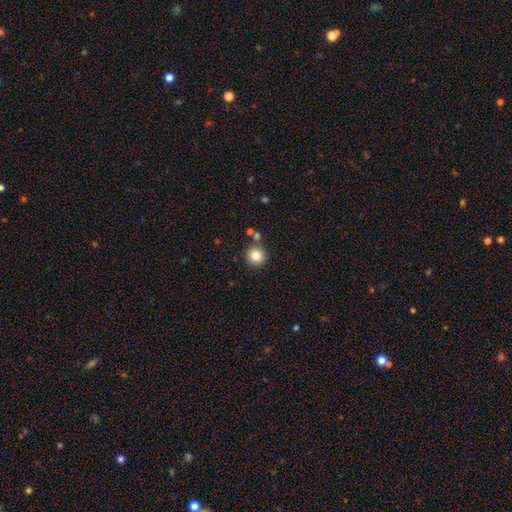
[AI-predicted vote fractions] The model was most divided on "smooth or featured": smooth: 82%, star or artifact: 11%, featured or disk: 7%. More confident: how rounded — round (94%); merging — none (83%).